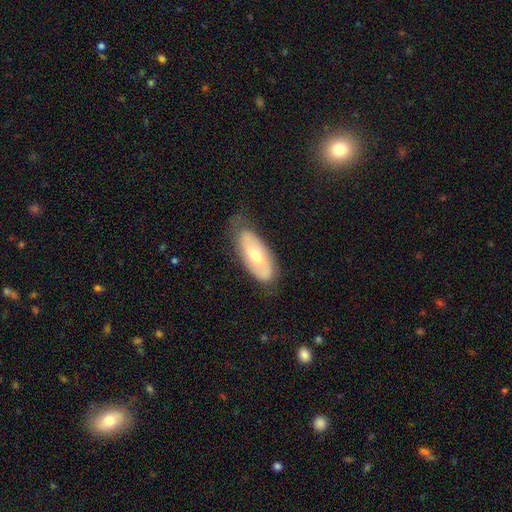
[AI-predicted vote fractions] Smooth or featured?
  - featured or disk: 55% *
  - smooth: 39%
  - star or artifact: 6%
Edge-on disk?
  - no: 86% *
  - yes: 14%
Merging?
  - none: 64% *
  - minor disturbance: 26%
  - major disturbance: 8%
  - merger: 1%